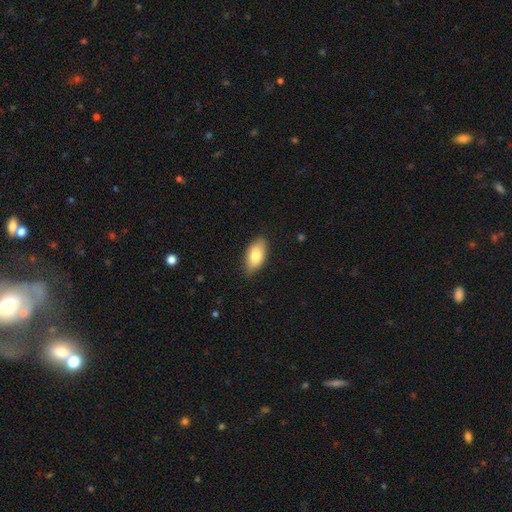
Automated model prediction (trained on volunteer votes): Overall: smooth (78%). How rounded: in between (92%). Merging: none (80%).